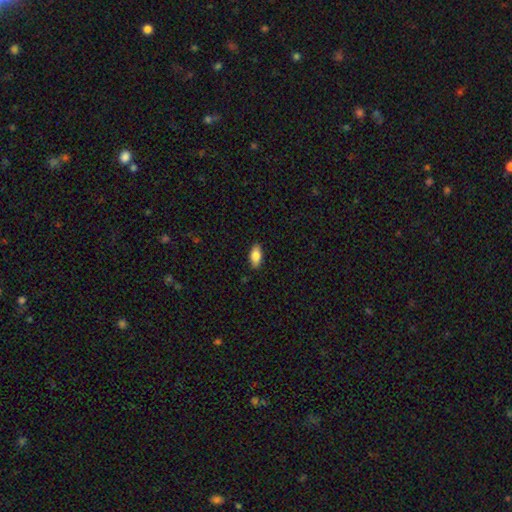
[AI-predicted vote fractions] The model was most divided on "smooth or featured": smooth: 81%, featured or disk: 12%, star or artifact: 7%. More confident: merging — none (88%); how rounded — in between (88%).